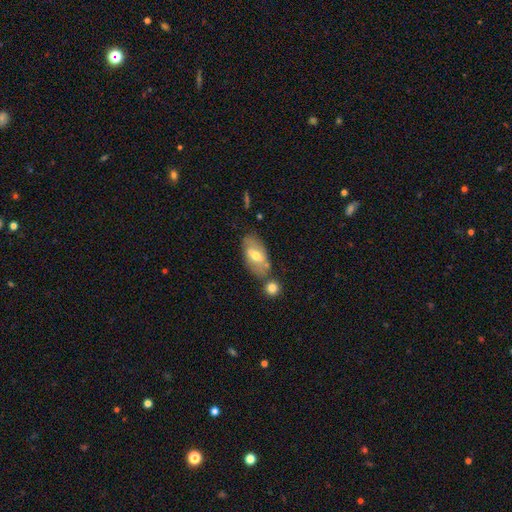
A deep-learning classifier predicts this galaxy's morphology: smooth-or-featured: smooth: 51% | featured or disk: 42% | star or artifact: 7%
  how-rounded: in between: 91% | round: 5% | cigar-shaped: 4%
  merging: none: 60% | minor disturbance: 19% | merger: 16% | major disturbance: 6%